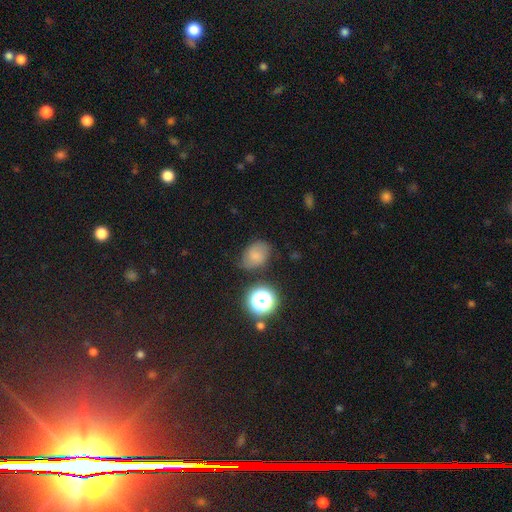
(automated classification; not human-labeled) Smooth or featured? Predicted: smooth (p=0.68). How rounded? Predicted: in between (p=0.65). Merging? Predicted: none (p=0.60).